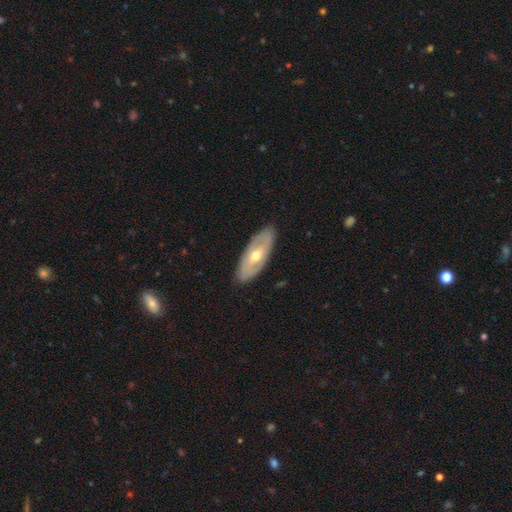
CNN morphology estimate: smooth-or-featured: featured or disk: 60% | smooth: 35% | star or artifact: 5%
  disk-edge-on: no: 79% | yes: 21%
  merging: none: 87% | minor disturbance: 10% | major disturbance: 2% | merger: 1%